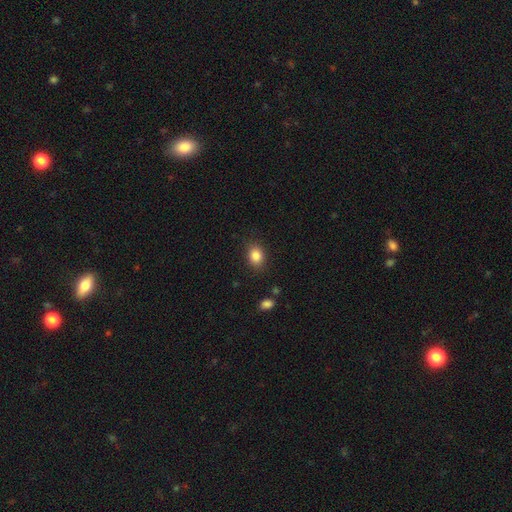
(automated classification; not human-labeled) Q: Smooth or featured?
A: smooth (84%); runner-up: star or artifact (10%)
Q: How rounded?
A: in between (58%); runner-up: round (41%)
Q: Merging?
A: none (86%); runner-up: minor disturbance (10%)